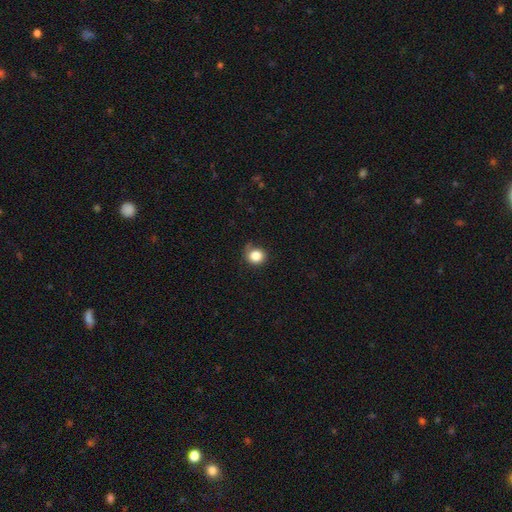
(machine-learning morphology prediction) The model was most divided on "merging": none: 68%, minor disturbance: 23%, major disturbance: 7%, merger: 2%. More confident: how rounded — round (84%); smooth or featured — smooth (84%).